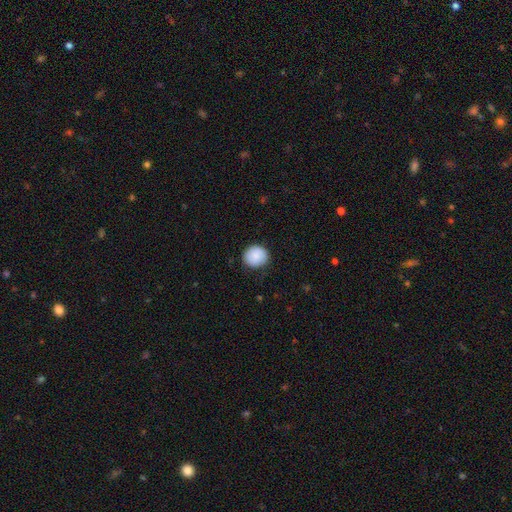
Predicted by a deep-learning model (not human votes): smooth 83%, featured or disk 10%, star or artifact 7%. Down the decision tree: how rounded — round (84%); merging — none (83%).